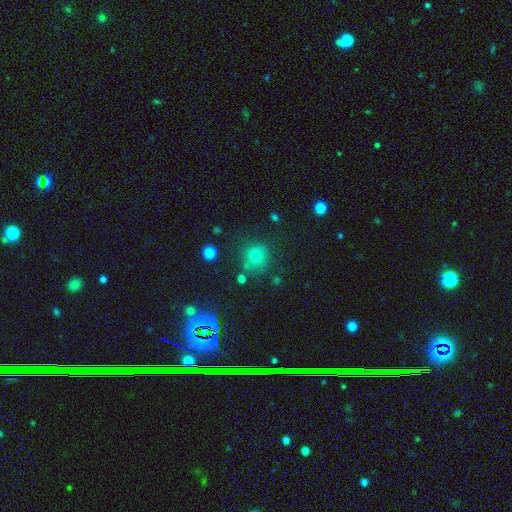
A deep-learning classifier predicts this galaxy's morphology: smooth 74%, star or artifact 17%, featured or disk 9%. Down the decision tree: how rounded — round (88%); merging — none (78%).